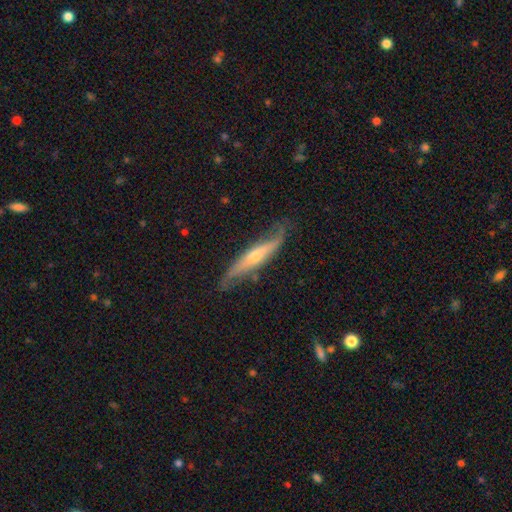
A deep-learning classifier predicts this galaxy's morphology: smooth_or_featured: featured or disk (p=0.71) [alt: smooth p=0.23]
disk_edge_on: yes (p=0.69) [alt: no p=0.31]
merging: none (p=0.64) [alt: minor disturbance p=0.26]